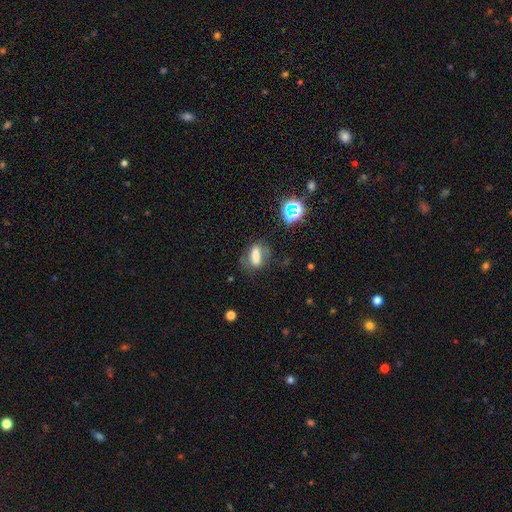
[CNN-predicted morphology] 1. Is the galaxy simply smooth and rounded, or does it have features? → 58% smooth, 27% featured or disk, 15% star or artifact.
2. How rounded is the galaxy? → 65% in between, 27% cigar-shaped, 9% round.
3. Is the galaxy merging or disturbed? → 61% none, 22% minor disturbance, 13% major disturbance, 4% merger.